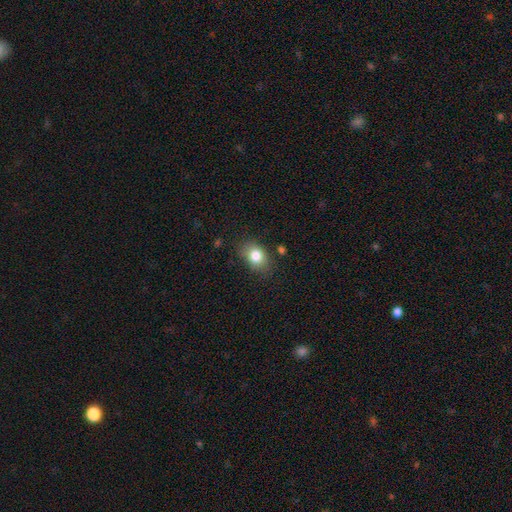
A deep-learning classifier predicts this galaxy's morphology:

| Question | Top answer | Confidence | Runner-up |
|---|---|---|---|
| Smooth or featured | smooth | 81% | featured or disk (10%) |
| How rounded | in between | 69% | round (30%) |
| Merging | none | 78% | minor disturbance (16%) |